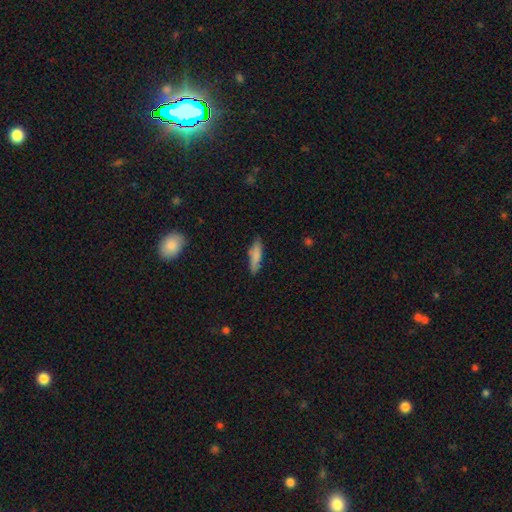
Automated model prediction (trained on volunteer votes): Smooth or featured? smooth (79%)
How rounded? cigar-shaped (63%)
Merging? none (78%)